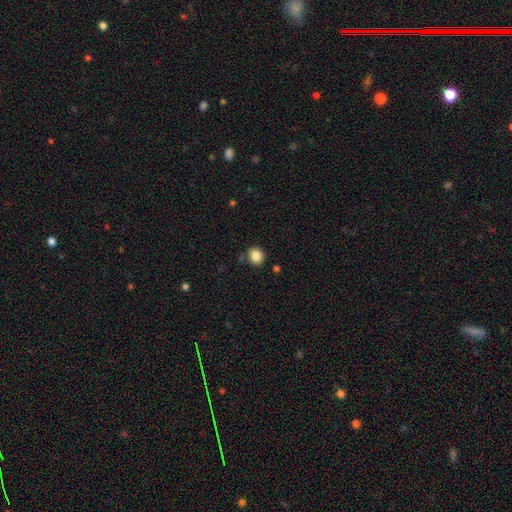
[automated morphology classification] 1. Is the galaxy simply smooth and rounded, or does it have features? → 85% smooth, 10% star or artifact, 4% featured or disk.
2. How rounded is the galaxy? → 83% round, 17% in between, 1% cigar-shaped.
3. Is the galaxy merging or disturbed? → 83% none, 10% minor disturbance, 4% merger, 3% major disturbance.